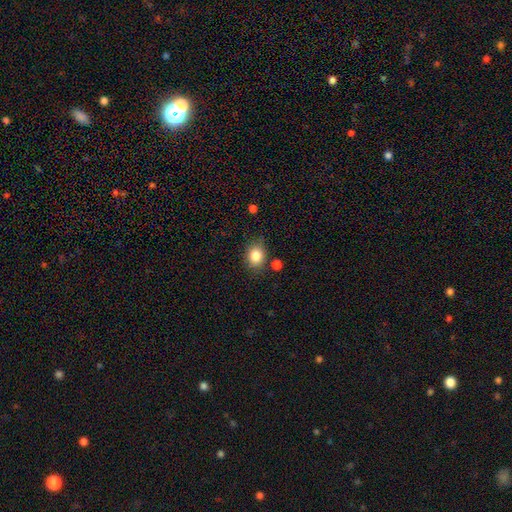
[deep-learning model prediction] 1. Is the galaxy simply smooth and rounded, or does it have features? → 84% smooth, 9% star or artifact, 6% featured or disk.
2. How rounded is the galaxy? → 51% round, 48% in between, 1% cigar-shaped.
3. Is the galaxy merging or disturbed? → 76% none, 15% minor disturbance, 5% merger, 4% major disturbance.